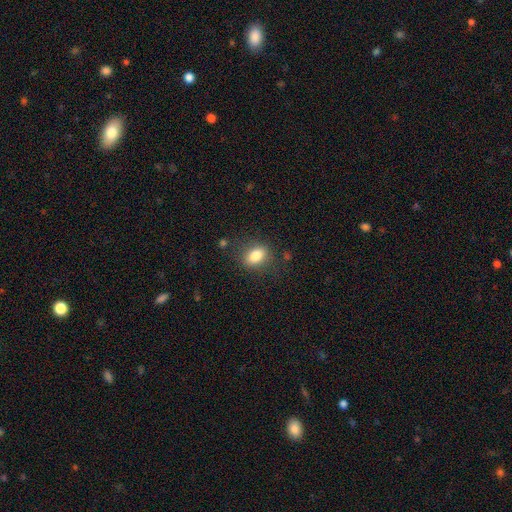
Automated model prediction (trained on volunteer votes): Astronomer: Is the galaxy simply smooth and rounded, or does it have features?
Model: smooth — 82%.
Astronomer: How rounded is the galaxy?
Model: in between — 75%.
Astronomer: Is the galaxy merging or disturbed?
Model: none — 82%.